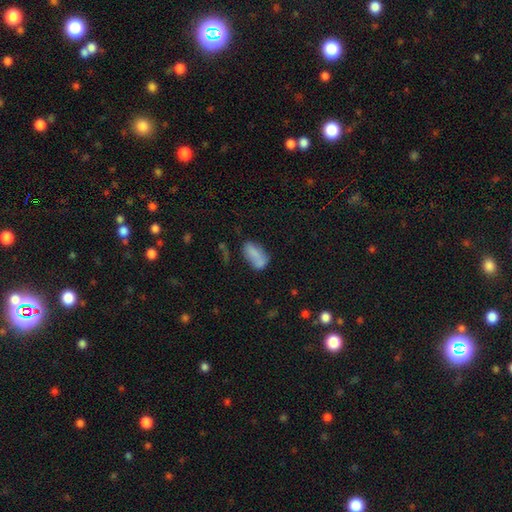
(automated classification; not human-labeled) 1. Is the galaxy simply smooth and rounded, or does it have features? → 76% smooth, 15% featured or disk, 9% star or artifact.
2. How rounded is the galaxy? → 89% in between, 7% cigar-shaped, 5% round.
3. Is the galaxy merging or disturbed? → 46% none, 24% minor disturbance, 18% merger, 11% major disturbance.